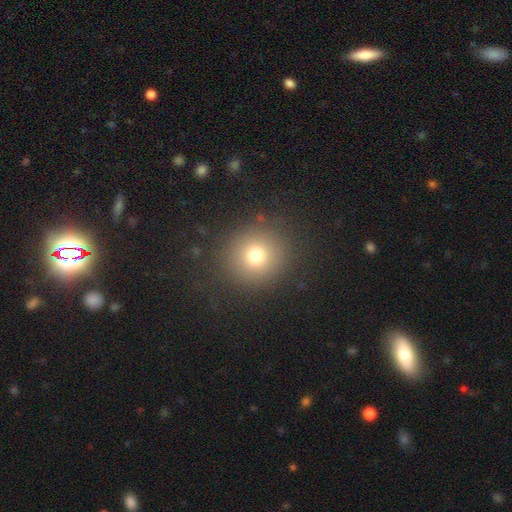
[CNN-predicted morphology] The model was most divided on "smooth or featured": smooth: 74%, star or artifact: 16%, featured or disk: 10%. More confident: how rounded — round (89%); merging — none (86%).